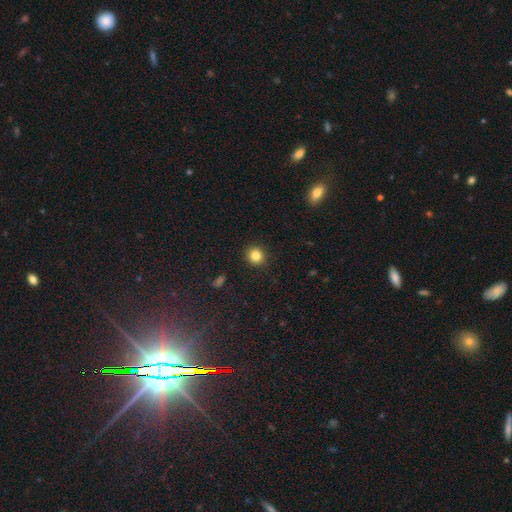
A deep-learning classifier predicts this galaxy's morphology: The model was most divided on "smooth or featured": smooth: 83%, star or artifact: 11%, featured or disk: 5%. More confident: merging — none (91%); how rounded — round (87%).